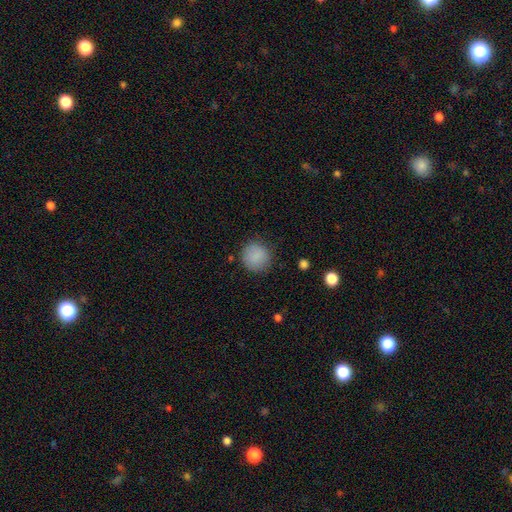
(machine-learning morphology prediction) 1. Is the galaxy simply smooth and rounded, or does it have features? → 87% smooth, 8% star or artifact, 5% featured or disk.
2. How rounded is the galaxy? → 91% round, 8% in between, 1% cigar-shaped.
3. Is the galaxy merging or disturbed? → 84% none, 11% minor disturbance, 3% major disturbance, 1% merger.